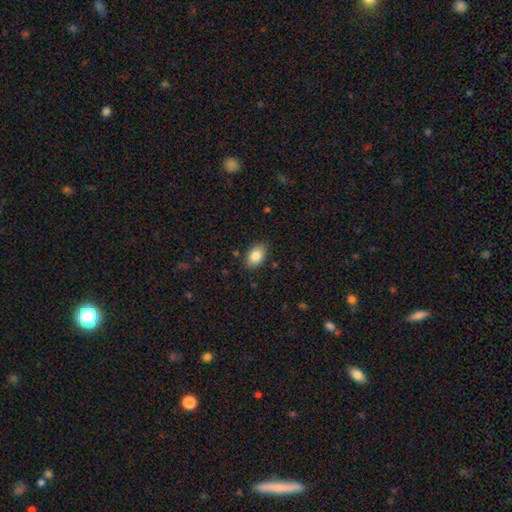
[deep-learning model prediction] Smooth or featured?
  - smooth: 85% *
  - featured or disk: 7%
  - star or artifact: 7%
How rounded?
  - in between: 89% *
  - round: 9%
  - cigar-shaped: 1%
Merging?
  - none: 86% *
  - minor disturbance: 11%
  - major disturbance: 2%
  - merger: 1%